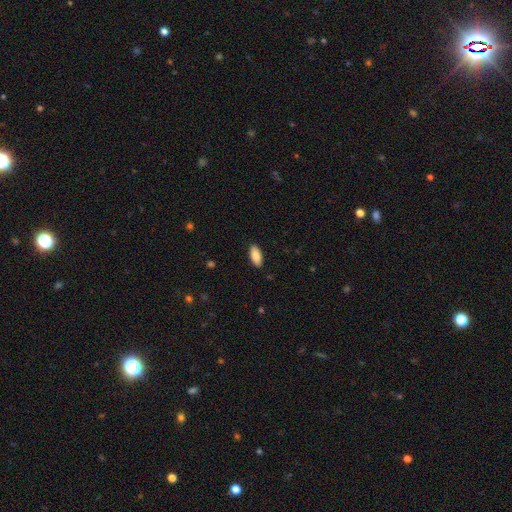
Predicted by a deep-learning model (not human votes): smooth-or-featured: smooth: 86% | featured or disk: 8% | star or artifact: 6%
  how-rounded: in between: 90% | cigar-shaped: 8% | round: 2%
  merging: none: 90% | minor disturbance: 8% | major disturbance: 2% | merger: 1%